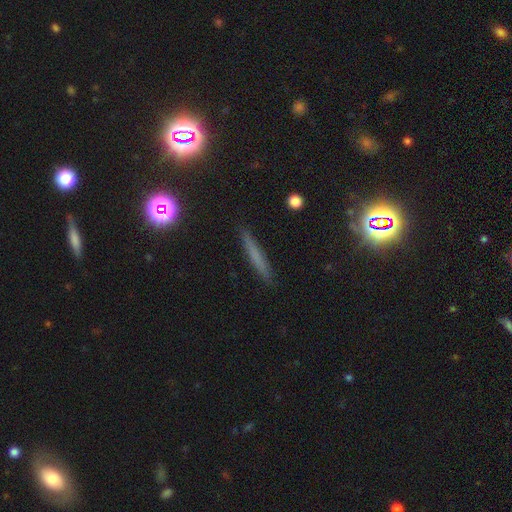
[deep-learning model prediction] Q: Smooth or featured?
A: smooth (53%); runner-up: featured or disk (29%)
Q: How rounded?
A: cigar-shaped (93%); runner-up: in between (4%)
Q: Merging?
A: none (88%); runner-up: minor disturbance (8%)